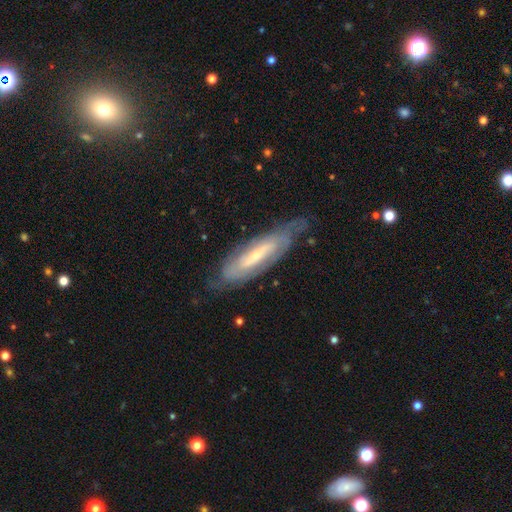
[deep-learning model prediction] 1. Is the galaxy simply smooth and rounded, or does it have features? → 73% featured or disk, 21% smooth, 6% star or artifact.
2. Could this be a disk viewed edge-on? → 73% no, 27% yes.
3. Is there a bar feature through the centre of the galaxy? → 38% weak, 36% no, 26% strong.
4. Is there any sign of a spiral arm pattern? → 84% yes, 16% no.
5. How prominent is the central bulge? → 66% small, 24% moderate, 5% none, 3% large, 1% dominant.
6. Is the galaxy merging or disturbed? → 69% none, 22% minor disturbance, 8% major disturbance, 2% merger.